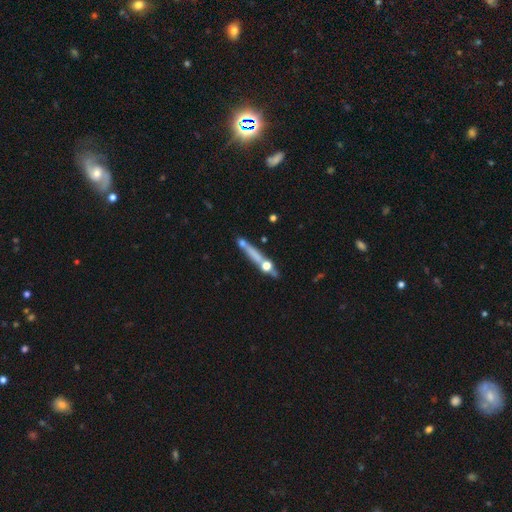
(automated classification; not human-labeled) The model was most divided on "smooth or featured": featured or disk: 48%, smooth: 40%, star or artifact: 13%. More confident: merging — none (60%).